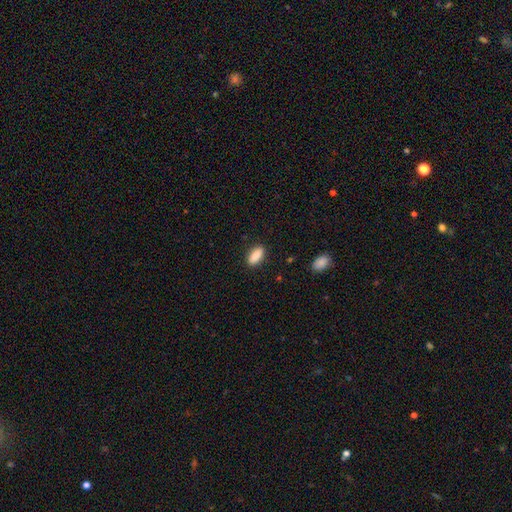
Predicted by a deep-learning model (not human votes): Smooth or featured? Predicted: smooth (p=0.88). How rounded? Predicted: in between (p=0.84). Merging? Predicted: none (p=0.87).